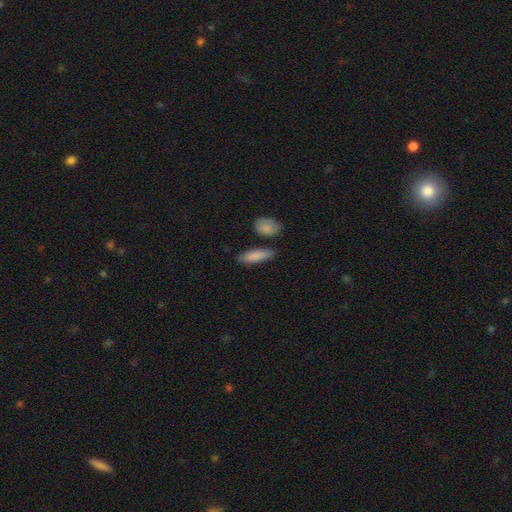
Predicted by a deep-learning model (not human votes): Smooth or featured? smooth (85%)
How rounded? cigar-shaped (53%)
Merging? none (81%)